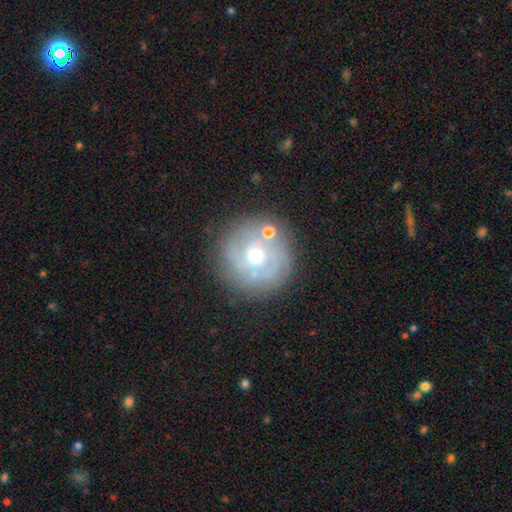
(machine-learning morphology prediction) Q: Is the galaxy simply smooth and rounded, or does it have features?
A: featured or disk — 64%.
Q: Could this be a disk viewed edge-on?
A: no — 97%.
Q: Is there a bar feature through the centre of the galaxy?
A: no — 78%.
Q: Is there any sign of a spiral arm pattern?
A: yes — 70%.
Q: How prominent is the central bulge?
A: moderate — 65%.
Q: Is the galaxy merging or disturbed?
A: none — 75%.